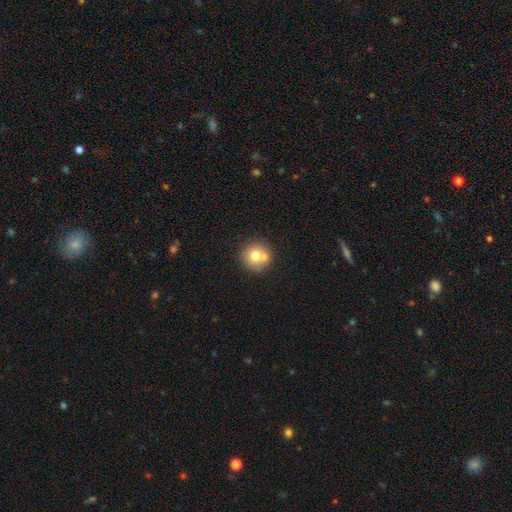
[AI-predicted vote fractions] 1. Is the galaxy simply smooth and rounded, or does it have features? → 71% smooth, 18% featured or disk, 11% star or artifact.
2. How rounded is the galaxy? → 94% round, 5% in between, 1% cigar-shaped.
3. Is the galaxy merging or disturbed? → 65% none, 24% merger, 8% minor disturbance, 3% major disturbance.